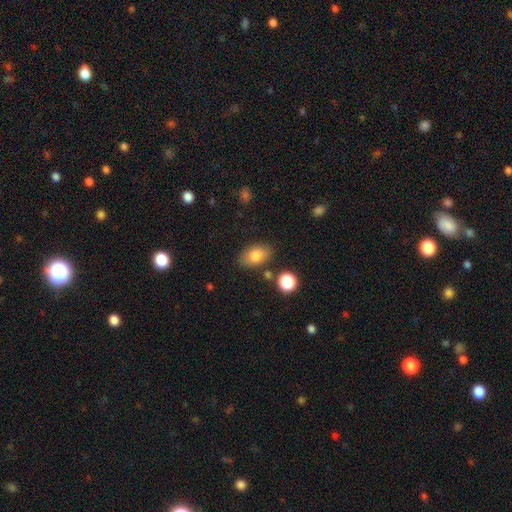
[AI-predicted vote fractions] This is clearly a smooth galaxy (81%). How rounded: clearly in between (87%). Merging: likely none (79%).